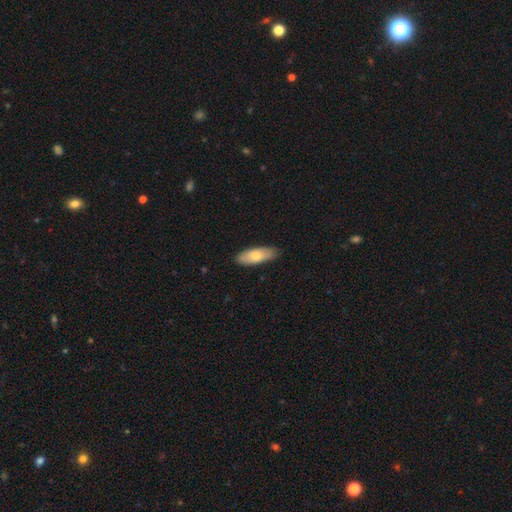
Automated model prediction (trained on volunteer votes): Smooth or featured: smooth — 74% (featured or disk — 21%)
How rounded: in between — 73% (cigar-shaped — 25%)
Merging: none — 86% (minor disturbance — 12%)